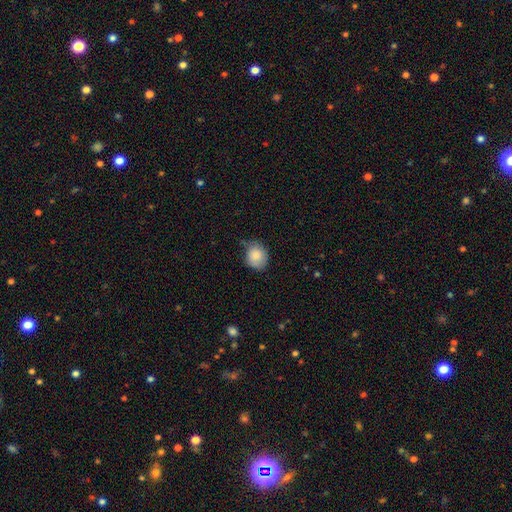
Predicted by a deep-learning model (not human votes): Smooth or featured? smooth (85%)
How rounded? round (72%)
Merging? none (58%)